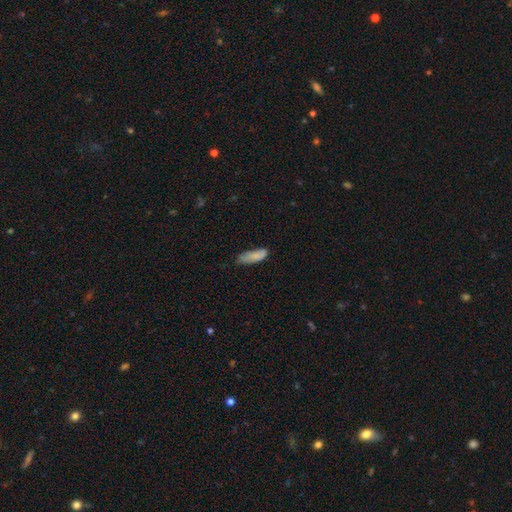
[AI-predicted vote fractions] This is clearly a smooth galaxy (82%). How rounded: likely in between (63%). Merging: possibly none (47%).